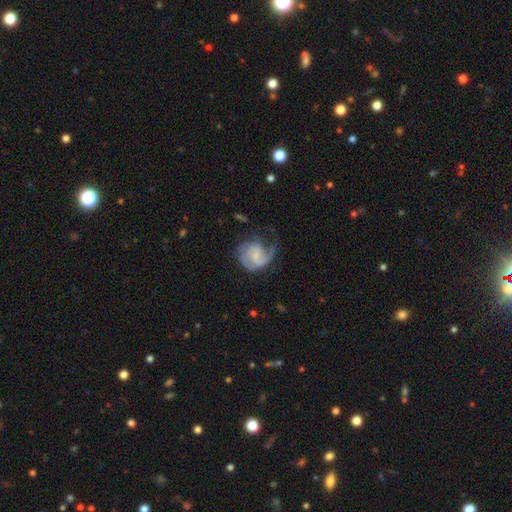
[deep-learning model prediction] Q: Smooth or featured?
A: featured or disk (75%); runner-up: smooth (19%)
Q: Edge-on disk?
A: no (98%); runner-up: yes (2%)
Q: Bar?
A: no (49%); runner-up: weak (43%)
Q: Spiral arms?
A: yes (93%); runner-up: no (7%)
Q: Spiral winding?
A: medium (43%); runner-up: tight (33%)
Q: Spiral arm count?
A: 2 (39%); runner-up: 1 (35%)
Q: Bulge size?
A: small (41%); runner-up: none (33%)
Q: Merging?
A: none (46%); runner-up: major disturbance (28%)